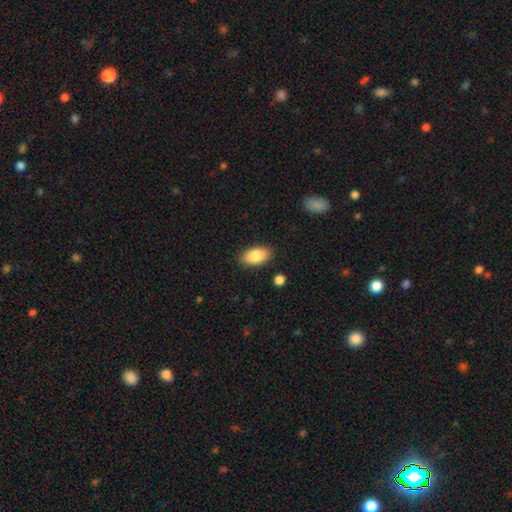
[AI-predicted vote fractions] Overall: smooth (86%). How rounded: in between (94%). Merging: none (87%).